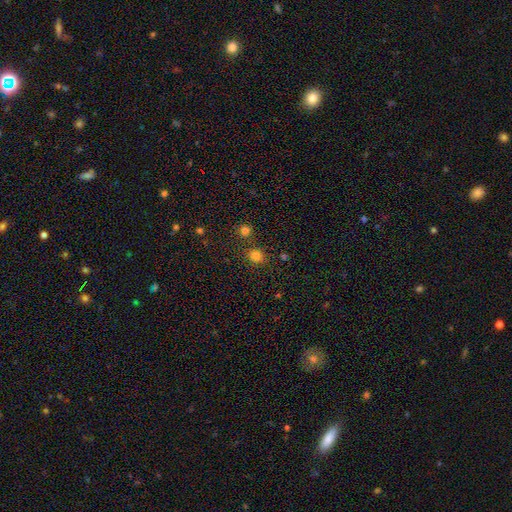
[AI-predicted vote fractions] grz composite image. It shows a smooth galaxy with no disk features (80%) that is round (86%). Merging: none (82%).